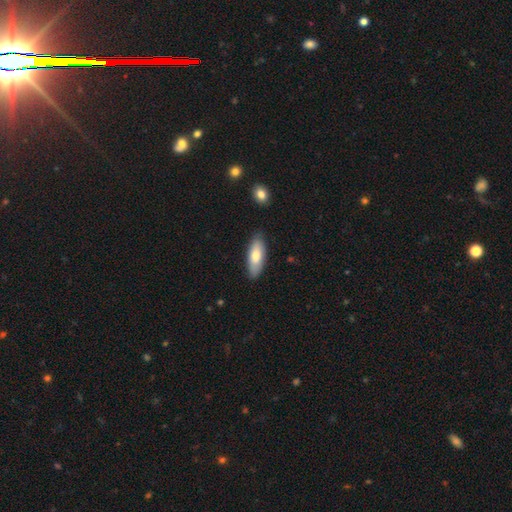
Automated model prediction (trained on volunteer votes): Smooth or featured? Predicted: smooth (p=0.75). How rounded? Predicted: in between (p=0.74). Merging? Predicted: none (p=0.84).